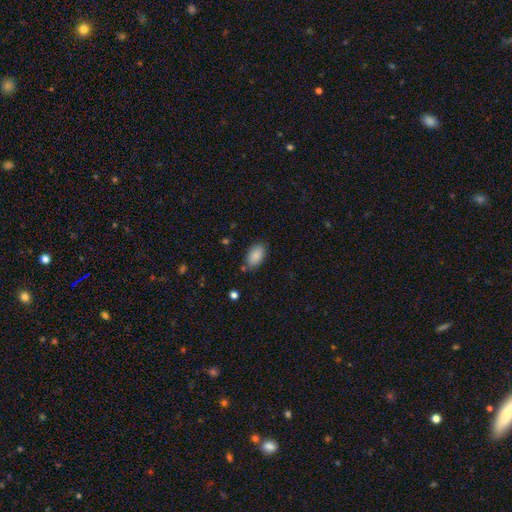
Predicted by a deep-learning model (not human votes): Smooth or featured?
  - smooth: 88% *
  - star or artifact: 7%
  - featured or disk: 5%
How rounded?
  - in between: 93% *
  - round: 5%
  - cigar-shaped: 2%
Merging?
  - none: 78% *
  - minor disturbance: 15%
  - major disturbance: 3%
  - merger: 3%